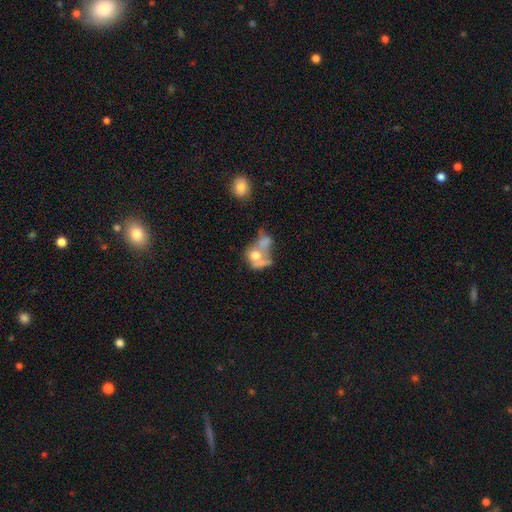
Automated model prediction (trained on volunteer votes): This is possibly a smooth galaxy (52%). How rounded: possibly in between (49%, tied with round). Merging: possibly merger (51%).